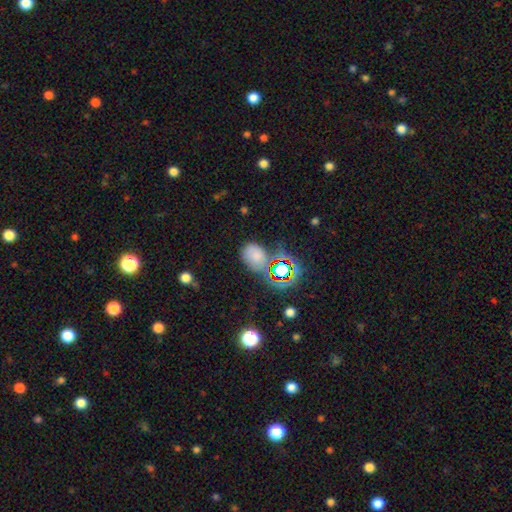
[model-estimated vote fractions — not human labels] smooth 61%, star or artifact 28%, featured or disk 11%. Down the decision tree: how rounded — in between (63%); merging — none (55%).